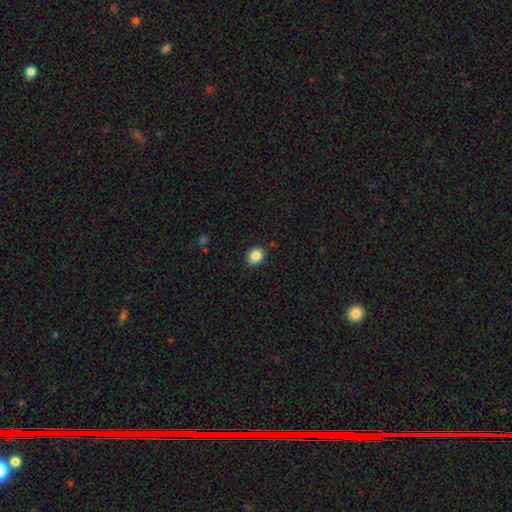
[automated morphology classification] smooth-or-featured: smooth: 86% | star or artifact: 9% | featured or disk: 5%
  how-rounded: round: 61% | in between: 38% | cigar-shaped: 1%
  merging: none: 88% | minor disturbance: 8% | major disturbance: 2% | merger: 1%